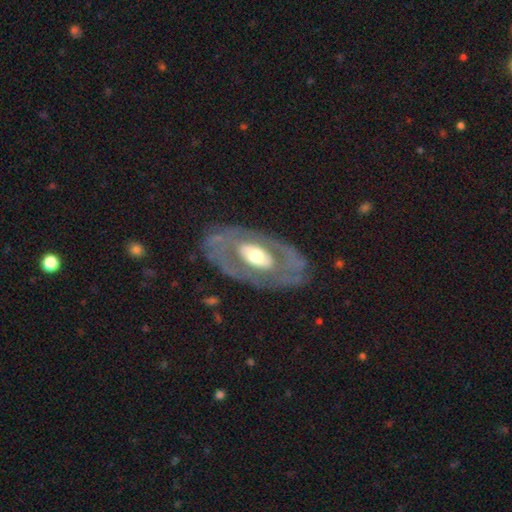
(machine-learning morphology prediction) A featured or disk galaxy (73%) with no bar (67%), no spiral arms (62%) and a moderate central bulge (61%).

Vote fractions:
- Smooth or featured? featured or disk: 73% / smooth: 22% / star or artifact: 5%
- Edge-on disk? no: 91% / yes: 9%
- Bar? no: 67% / weak: 20% / strong: 13%
- Spiral arms? no: 62% / yes: 38%
- Bulge size? moderate: 61% / large: 27% / small: 9% / dominant: 2% / none: 1%
- Merging? none: 74% / minor disturbance: 14% / major disturbance: 10% / merger: 2%